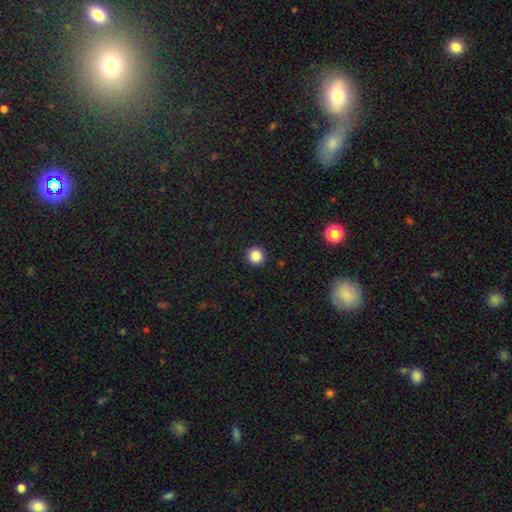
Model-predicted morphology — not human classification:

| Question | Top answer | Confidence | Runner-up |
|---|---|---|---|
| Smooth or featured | smooth | 86% | star or artifact (11%) |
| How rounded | round | 95% | in between (4%) |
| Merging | none | 93% | minor disturbance (5%) |